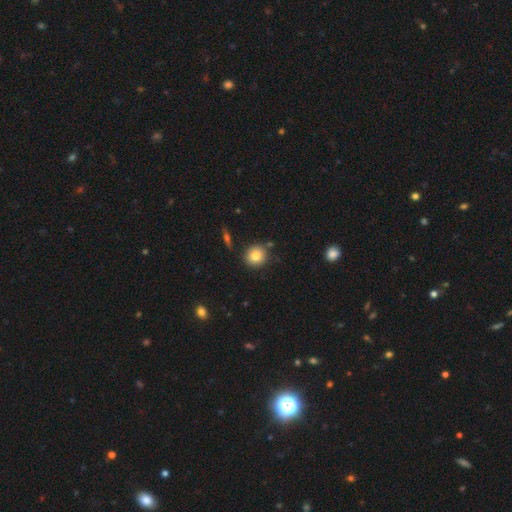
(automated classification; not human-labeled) Morphology: type=smooth (81%); roundness=round (90%); merging=none (83%).